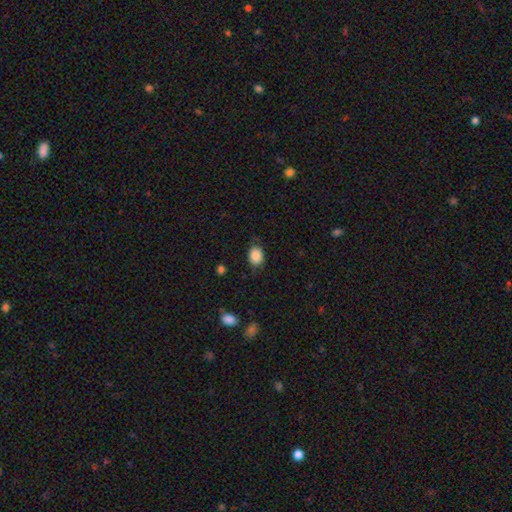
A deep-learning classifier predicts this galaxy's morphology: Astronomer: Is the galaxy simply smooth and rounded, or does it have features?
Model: smooth — 87%.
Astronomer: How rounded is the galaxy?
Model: in between — 59% (runner-up: round, 40%).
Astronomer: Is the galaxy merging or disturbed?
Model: none — 75%.